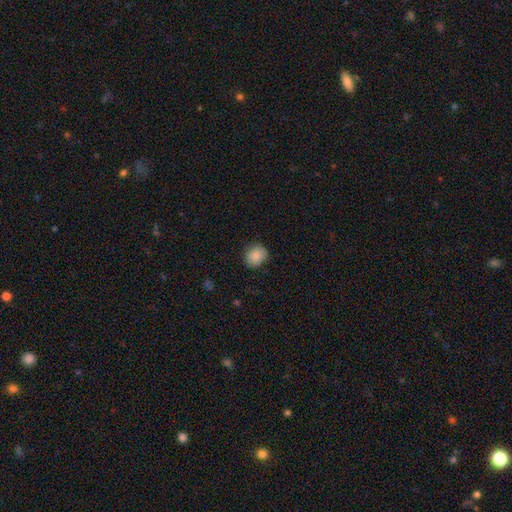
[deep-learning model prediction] Smooth or featured: smooth — 87% (star or artifact — 9%)
How rounded: round — 74% (in between — 26%)
Merging: none — 82% (minor disturbance — 14%)